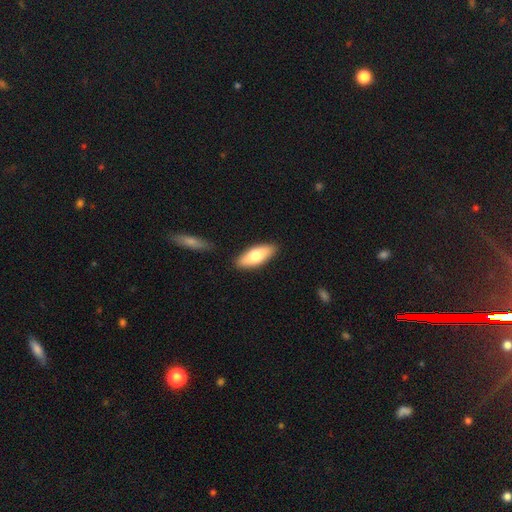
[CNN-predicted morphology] Q: Smooth or featured?
A: smooth (71%); runner-up: featured or disk (24%)
Q: How rounded?
A: in between (73%); runner-up: cigar-shaped (24%)
Q: Merging?
A: none (87%); runner-up: minor disturbance (9%)